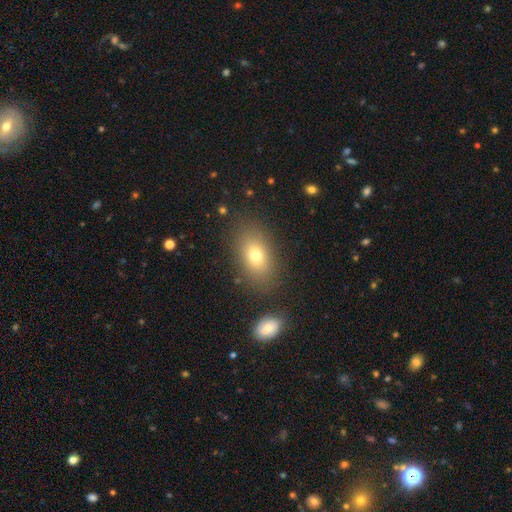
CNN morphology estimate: smooth-or-featured: smooth: 73% | featured or disk: 15% | star or artifact: 12%
  how-rounded: in between: 84% | round: 14% | cigar-shaped: 2%
  merging: none: 82% | minor disturbance: 10% | major disturbance: 4% | merger: 4%